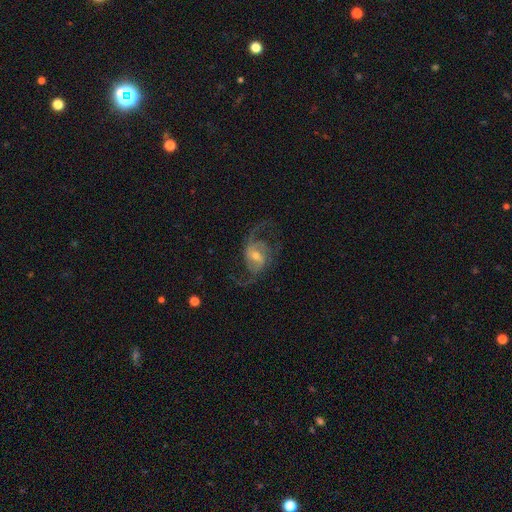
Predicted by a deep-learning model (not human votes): This appears to be a featured or disk galaxy (87%) with a weak bar (45%), 2 (86%) loose (58%) spiral arms (96%) and a moderate central bulge (52%). Merging: none (65%).